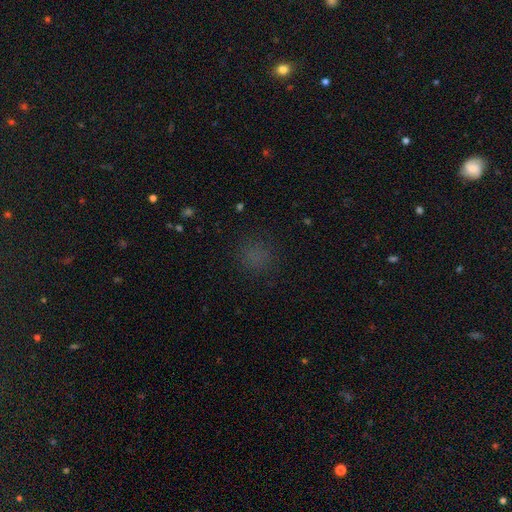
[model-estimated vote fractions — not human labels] This is likely a smooth galaxy (69%). How rounded: clearly round (83%). Merging: clearly none (81%).